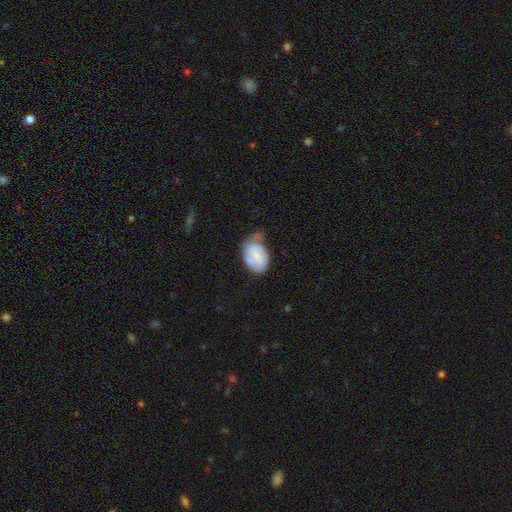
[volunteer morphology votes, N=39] A smooth galaxy with no disk features (64%) that is in between round and cigar-shaped (72%).

Vote fractions:
- Smooth or featured? smooth: 64% / featured or disk: 28% / star or artifact: 8%
- How rounded? in between: 72% / round: 28% / cigar-shaped: 0%
- Merging? minor disturbance: 44% / none: 36% / merger: 14% / major disturbance: 6%